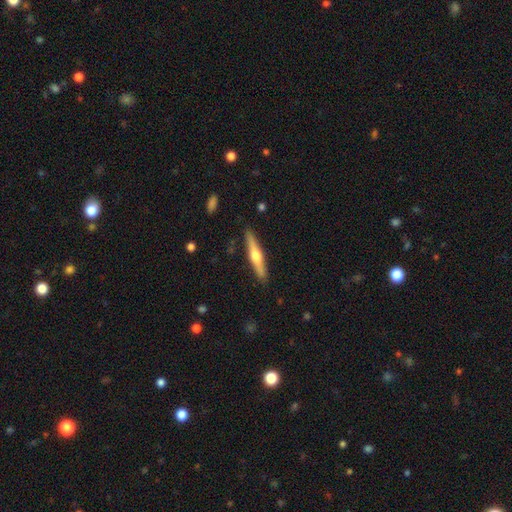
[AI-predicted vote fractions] The model was most divided on "smooth or featured": featured or disk: 58%, smooth: 37%, star or artifact: 5%. More confident: edge-on disk — yes (96%); edge-on bulge — rounded (92%); merging — none (89%).